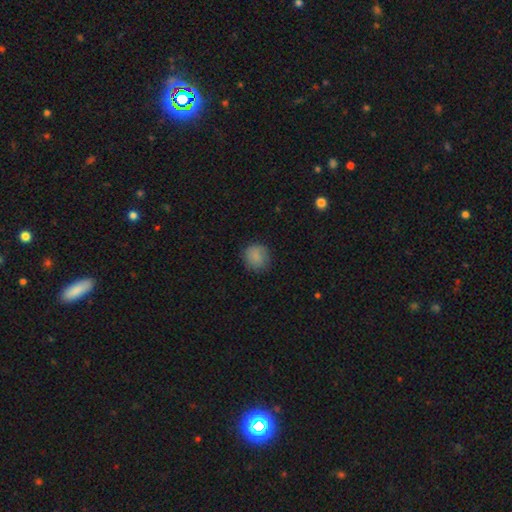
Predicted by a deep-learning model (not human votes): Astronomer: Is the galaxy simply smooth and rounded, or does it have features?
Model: smooth — 84%.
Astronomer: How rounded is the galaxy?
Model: round — 86%.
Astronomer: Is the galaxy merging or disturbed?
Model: none — 80%.